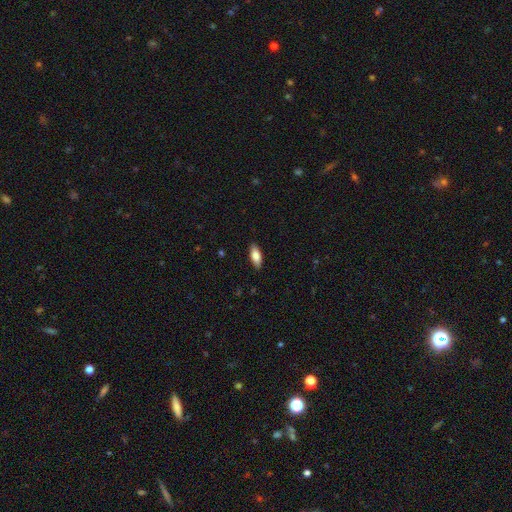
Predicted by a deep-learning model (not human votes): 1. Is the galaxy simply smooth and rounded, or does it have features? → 82% smooth, 12% featured or disk, 6% star or artifact.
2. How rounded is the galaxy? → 78% in between, 20% cigar-shaped, 2% round.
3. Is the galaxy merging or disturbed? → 89% none, 9% minor disturbance, 2% major disturbance, 1% merger.